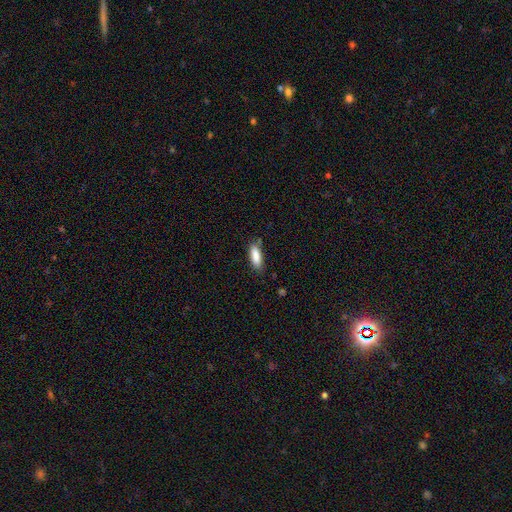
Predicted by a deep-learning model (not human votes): This appears to be a smooth galaxy with no disk features (87%) that is in between round and cigar-shaped (60%). Merging: none (76%).